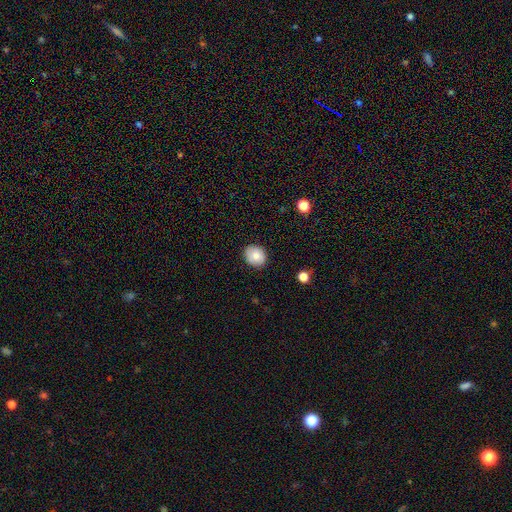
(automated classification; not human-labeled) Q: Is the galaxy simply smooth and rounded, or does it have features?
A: smooth — 80%.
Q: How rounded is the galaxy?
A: round — 68%.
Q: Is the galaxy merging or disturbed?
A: none — 86%.